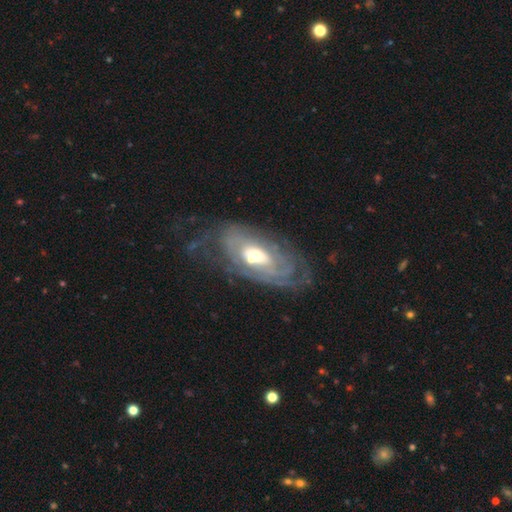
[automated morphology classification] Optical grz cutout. It shows a featured or disk galaxy (78%) with no bar (71%), tight (67%) spiral arms (76%) and a moderate central bulge (59%). Merging: none (53%).